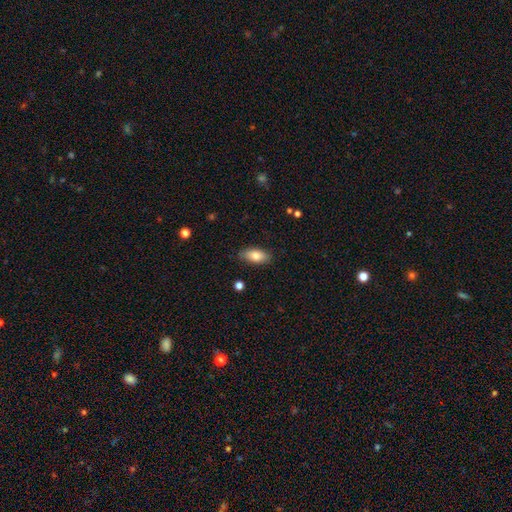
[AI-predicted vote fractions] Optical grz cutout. It shows a smooth galaxy with no disk features (79%) that is in between round and cigar-shaped (90%). Merging: none (83%).